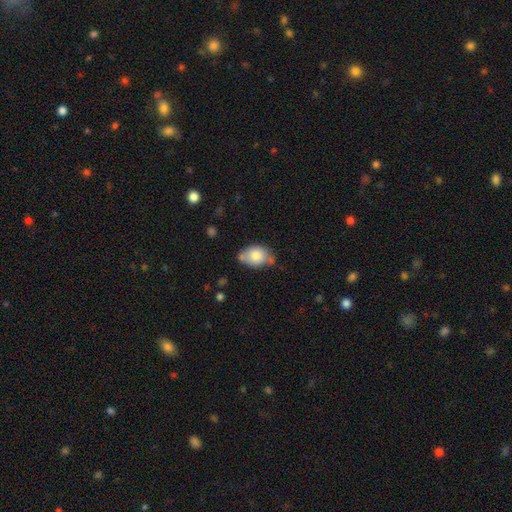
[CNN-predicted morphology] Smooth or featured? smooth (78%)
How rounded? in between (80%)
Merging? none (54%)